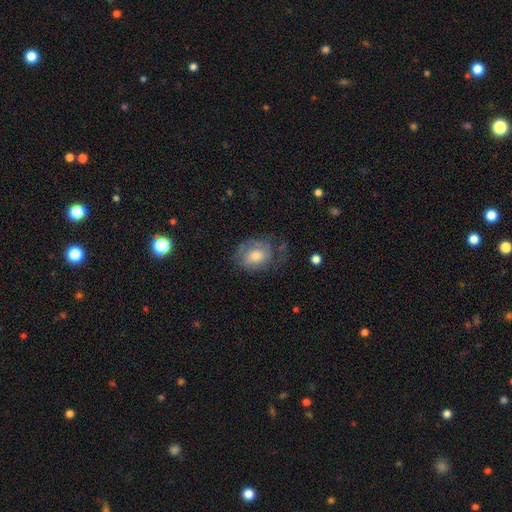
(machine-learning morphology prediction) Smooth or featured?
  - featured or disk: 53% *
  - smooth: 38%
  - star or artifact: 9%
Edge-on disk?
  - no: 96% *
  - yes: 4%
Bar?
  - no: 72% *
  - weak: 24%
  - strong: 4%
Spiral arms?
  - yes: 77% *
  - no: 23%
Bulge size?
  - moderate: 56% *
  - small: 21%
  - large: 17%
  - none: 4%
  - dominant: 2%
Merging?
  - none: 54% *
  - minor disturbance: 25%
  - major disturbance: 19%
  - merger: 2%